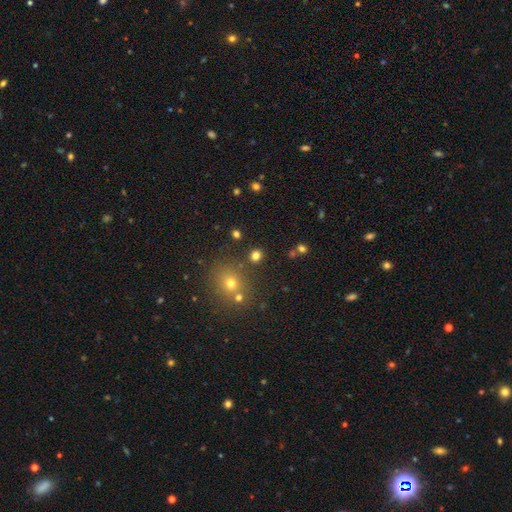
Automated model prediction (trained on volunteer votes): Smooth or featured?
  - smooth: 75% *
  - star or artifact: 19%
  - featured or disk: 6%
How rounded?
  - round: 82% *
  - in between: 17%
  - cigar-shaped: 1%
Merging?
  - none: 82% *
  - minor disturbance: 7%
  - merger: 7%
  - major disturbance: 3%